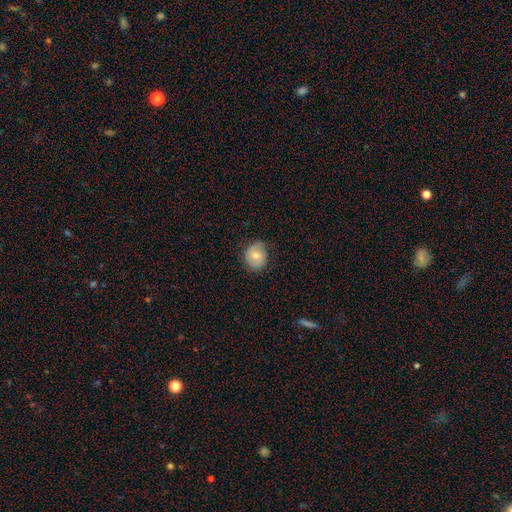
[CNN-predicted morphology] Overall: smooth (54%; featured or disk 39%). How rounded: round (68%; in between 31%). Merging: none (70%).